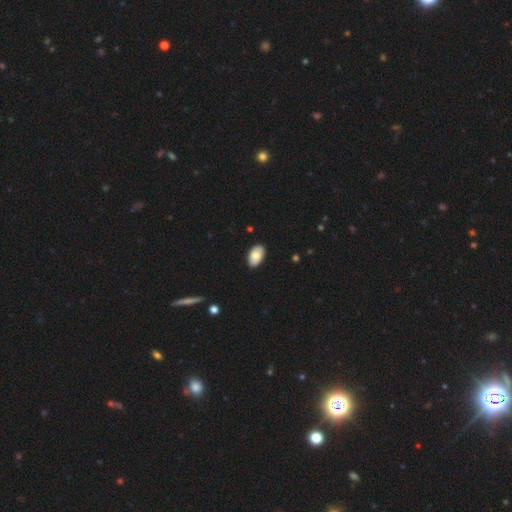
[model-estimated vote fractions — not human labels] smooth_or_featured: smooth (p=0.76) [alt: featured or disk p=0.18]
how_rounded: in between (p=0.94) [alt: round p=0.05]
merging: none (p=0.88) [alt: minor disturbance p=0.10]